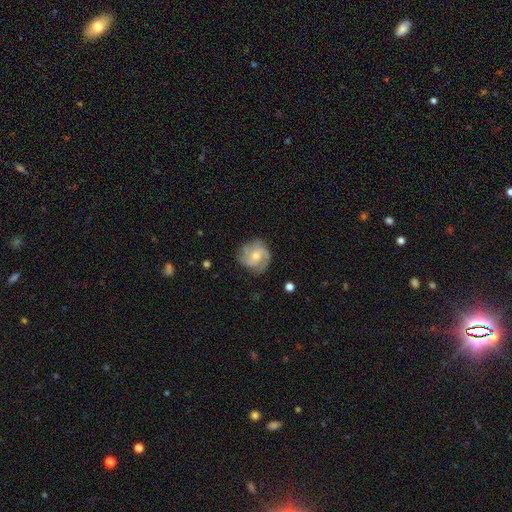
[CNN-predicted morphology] smooth_or_featured: featured or disk (p=0.75) [alt: smooth p=0.18]
disk_edge_on: no (p=0.98) [alt: yes p=0.02]
bar: no (p=0.64) [alt: weak p=0.30]
has_spiral_arms: yes (p=0.93) [alt: no p=0.07]
spiral_winding: medium (p=0.44) [alt: tight p=0.41]
spiral_arm_count: 3 (p=0.41) [alt: 2 p=0.28]
bulge_size: moderate (p=0.51) [alt: small p=0.45]
merging: none (p=0.75) [alt: minor disturbance p=0.18]